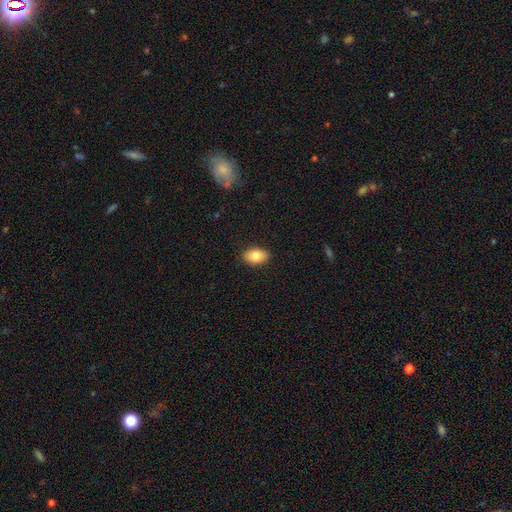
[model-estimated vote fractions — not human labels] Morphology: type=smooth (82%); roundness=in between (87%); merging=none (89%).